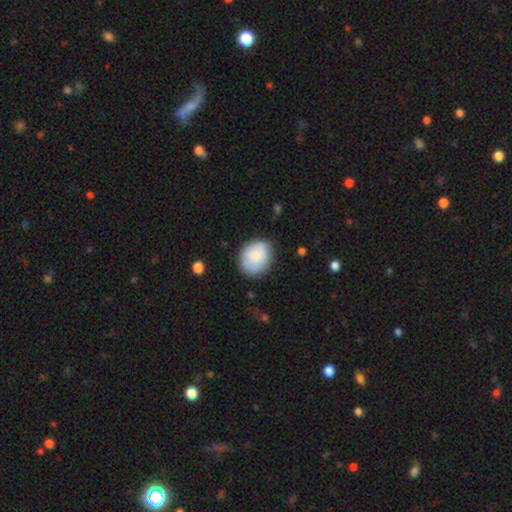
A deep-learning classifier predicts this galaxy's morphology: A smooth galaxy with no disk features (80%) that is round (53%).

Vote fractions:
- Smooth or featured? smooth: 80% / featured or disk: 14% / star or artifact: 7%
- How rounded? round: 53% / in between: 46% / cigar-shaped: 1%
- Merging? none: 74% / minor disturbance: 19% / major disturbance: 5% / merger: 2%